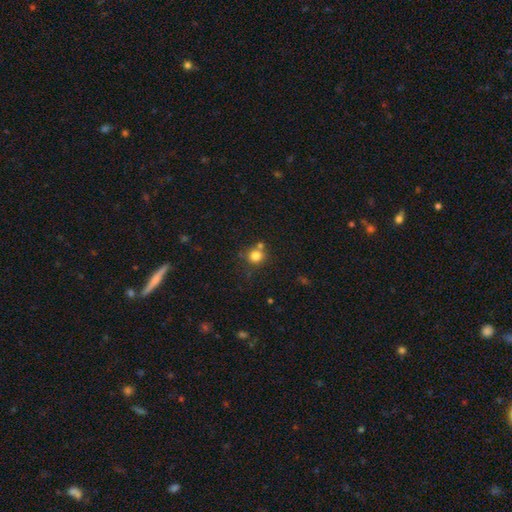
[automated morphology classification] This is likely a smooth galaxy (80%). How rounded: clearly round (88%). Merging: likely none (65%).